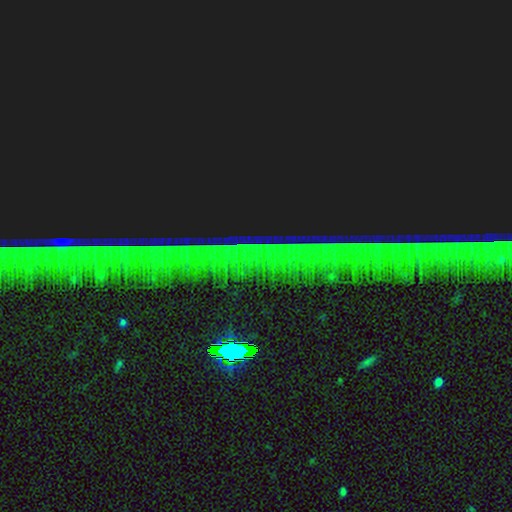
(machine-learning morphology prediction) smooth-or-featured: star or artifact: 86% | featured or disk: 8% | smooth: 6%